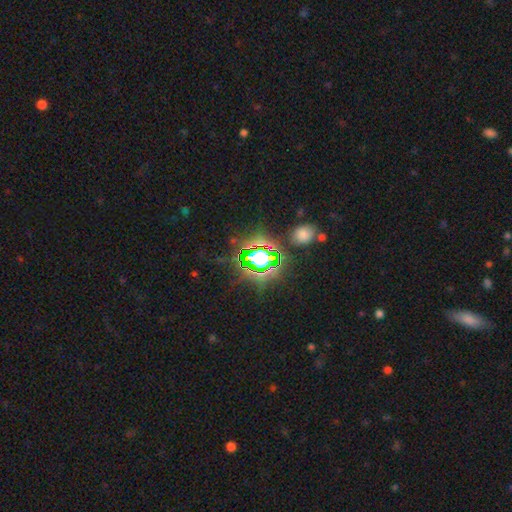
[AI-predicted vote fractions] A star or artifact, not a galaxy (79%).

Vote fractions:
- Smooth or featured? star or artifact: 79% / smooth: 12% / featured or disk: 9%